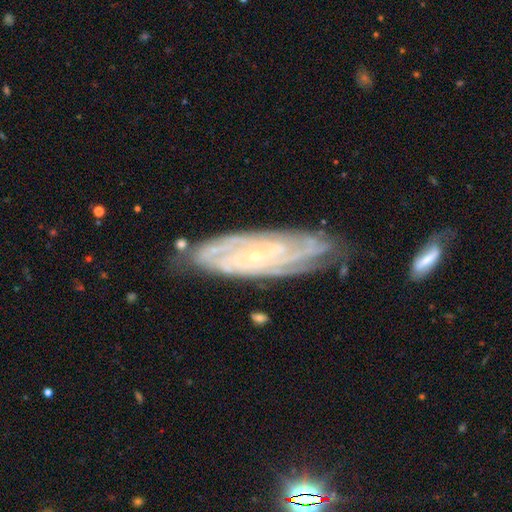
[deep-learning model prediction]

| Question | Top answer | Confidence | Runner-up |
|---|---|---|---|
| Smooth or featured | featured or disk | 86% | smooth (7%) |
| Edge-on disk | no | 88% | yes (12%) |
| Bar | no | 69% | weak (22%) |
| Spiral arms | yes | 97% | no (3%) |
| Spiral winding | tight | 76% | medium (20%) |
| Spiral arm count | can't tell | 26% | 4 (25%) |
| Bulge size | small | 85% | moderate (11%) |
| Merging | none | 75% | minor disturbance (18%) |